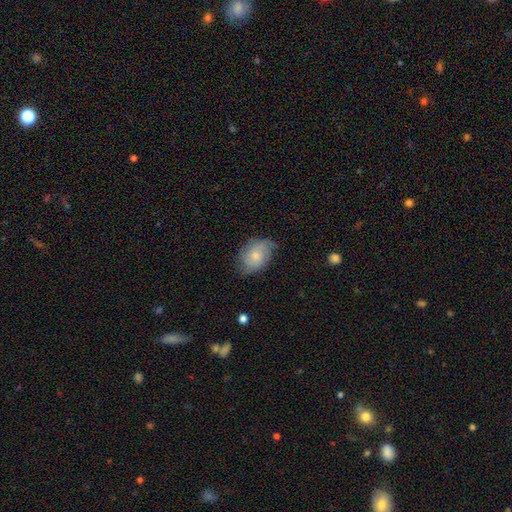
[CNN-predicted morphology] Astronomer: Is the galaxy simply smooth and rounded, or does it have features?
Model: smooth — 57% (runner-up: featured or disk, 36%).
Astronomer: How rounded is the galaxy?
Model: in between — 80%.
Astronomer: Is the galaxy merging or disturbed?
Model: none — 60%.